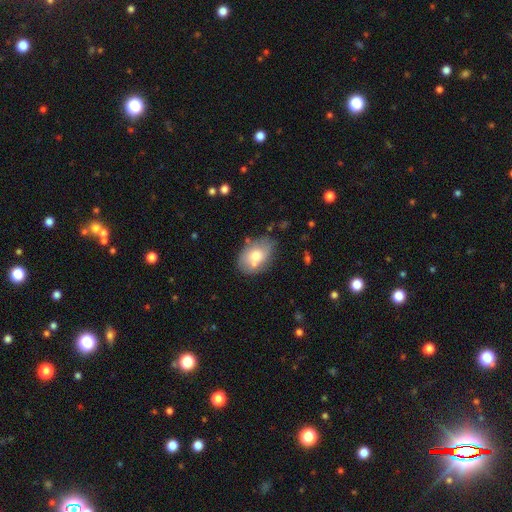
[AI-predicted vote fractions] The model was most divided on "merging": none: 63%, minor disturbance: 21%, merger: 11%, major disturbance: 5%. More confident: how rounded — in between (83%); smooth or featured — smooth (68%).